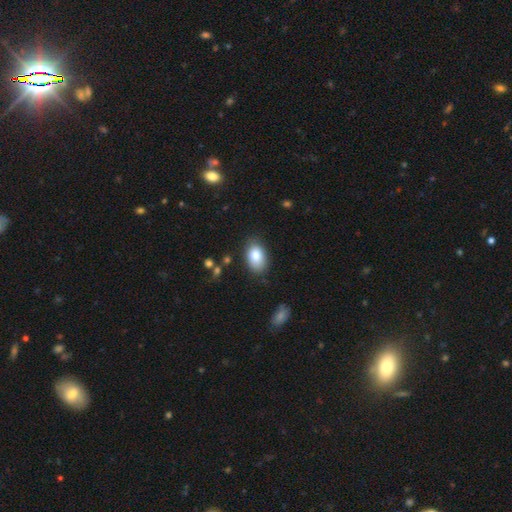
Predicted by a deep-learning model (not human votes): smooth-or-featured: smooth: 84% | featured or disk: 9% | star or artifact: 8%
  how-rounded: in between: 89% | round: 9% | cigar-shaped: 1%
  merging: none: 80% | minor disturbance: 15% | major disturbance: 3% | merger: 2%